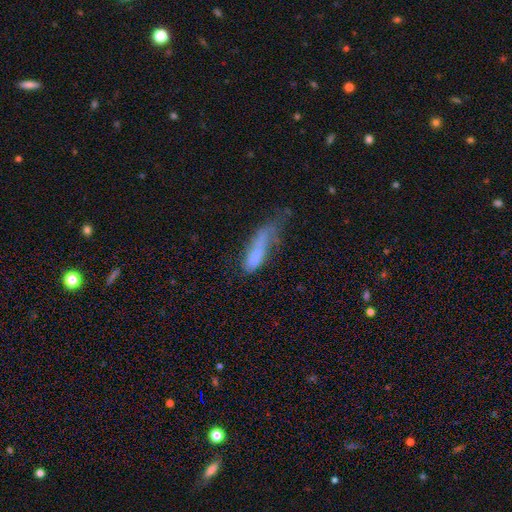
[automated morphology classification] Smooth or featured?
  - smooth: 69% *
  - featured or disk: 21%
  - star or artifact: 10%
How rounded?
  - cigar-shaped: 58% *
  - in between: 40%
  - round: 2%
Merging?
  - major disturbance: 43% *
  - minor disturbance: 27%
  - none: 21%
  - merger: 8%